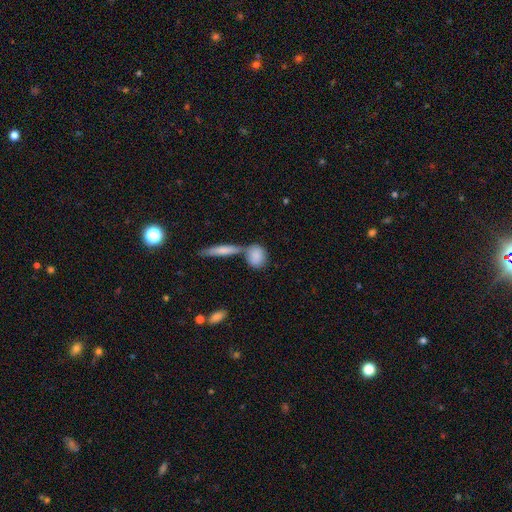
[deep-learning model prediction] Smooth or featured? smooth (84%)
How rounded? round (45%)
Merging? none (50%)